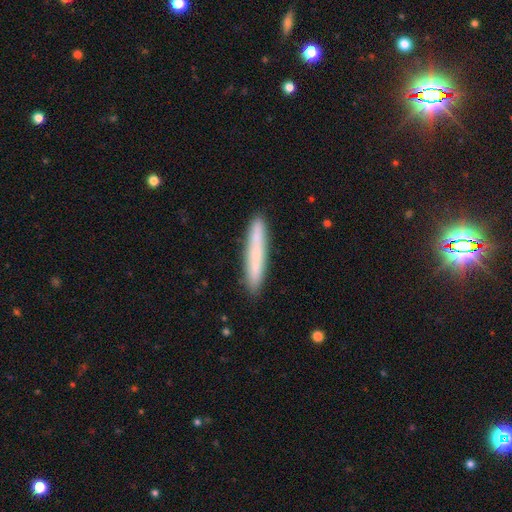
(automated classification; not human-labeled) This is likely a smooth galaxy (68%). How rounded: clearly cigar-shaped (95%). Merging: clearly none (87%).